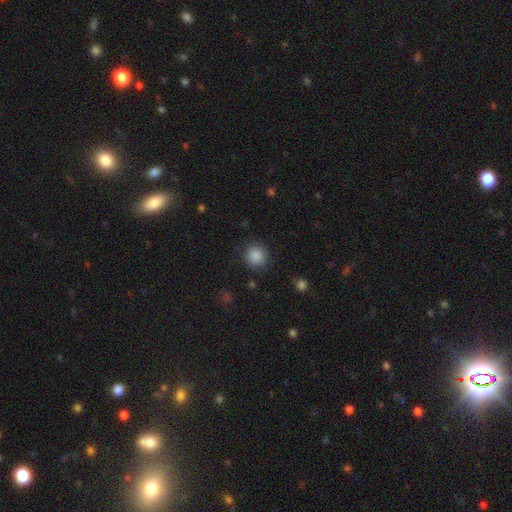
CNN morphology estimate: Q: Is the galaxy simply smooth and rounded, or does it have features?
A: smooth — 87%.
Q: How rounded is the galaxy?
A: round — 92%.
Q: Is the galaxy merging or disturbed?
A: none — 88%.